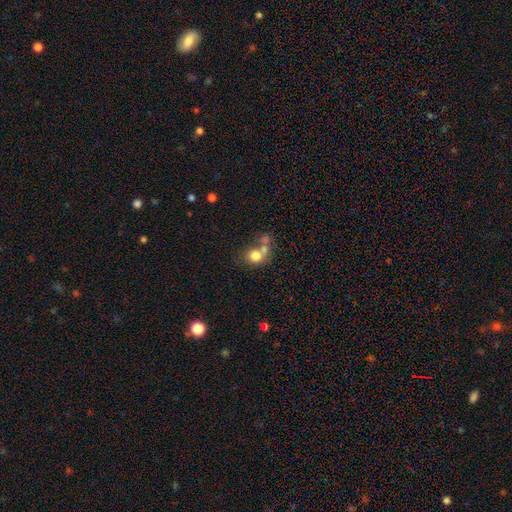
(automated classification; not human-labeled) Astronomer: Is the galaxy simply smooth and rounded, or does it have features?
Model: smooth — 74%.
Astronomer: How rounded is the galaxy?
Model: round — 72%.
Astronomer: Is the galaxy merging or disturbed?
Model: merger — 46% (runner-up: none, 36%).